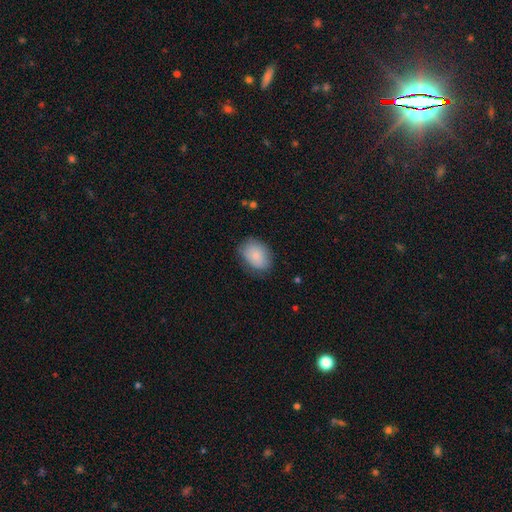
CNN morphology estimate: This is clearly a smooth galaxy (82%). How rounded: likely in between (76%). Merging: likely none (75%).